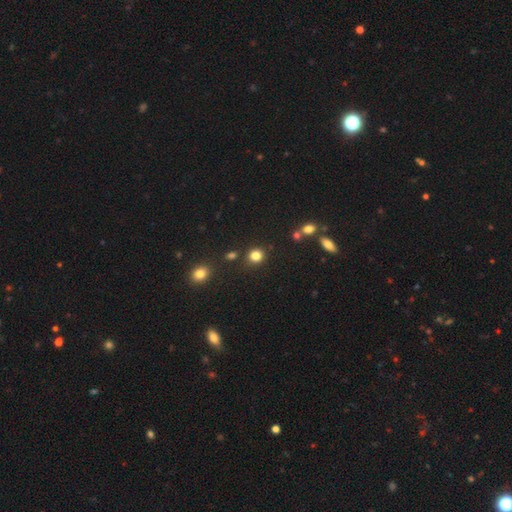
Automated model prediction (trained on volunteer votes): smooth-or-featured: smooth: 83% | star or artifact: 13% | featured or disk: 5%
  how-rounded: round: 81% | in between: 18% | cigar-shaped: 1%
  merging: none: 84% | minor disturbance: 8% | merger: 5% | major disturbance: 3%